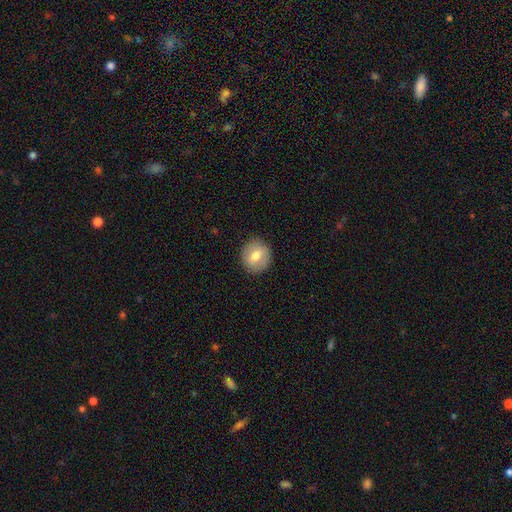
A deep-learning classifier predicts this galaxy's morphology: Smooth or featured: smooth — 70% (featured or disk — 22%)
How rounded: round — 89% (in between — 10%)
Merging: none — 89% (minor disturbance — 8%)